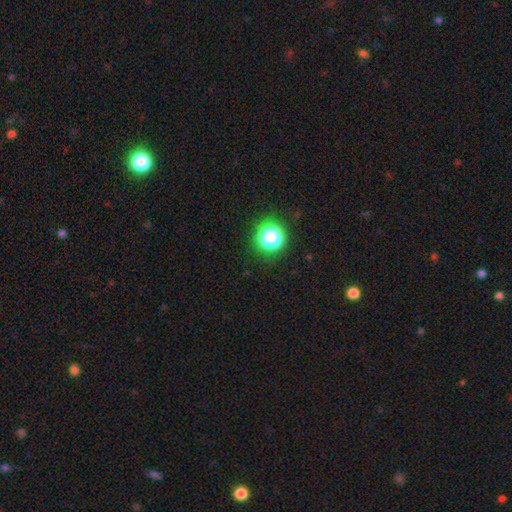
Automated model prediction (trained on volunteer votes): Smooth or featured? star or artifact (68%)